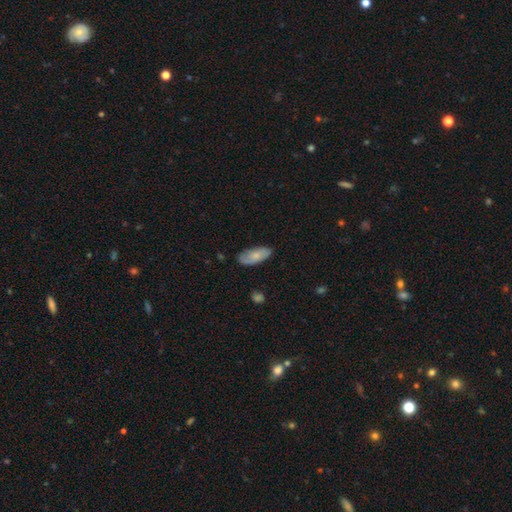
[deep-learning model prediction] Smooth or featured?
  - smooth: 68% *
  - featured or disk: 25%
  - star or artifact: 6%
How rounded?
  - in between: 86% *
  - cigar-shaped: 12%
  - round: 2%
Merging?
  - none: 75% *
  - minor disturbance: 20%
  - major disturbance: 4%
  - merger: 1%